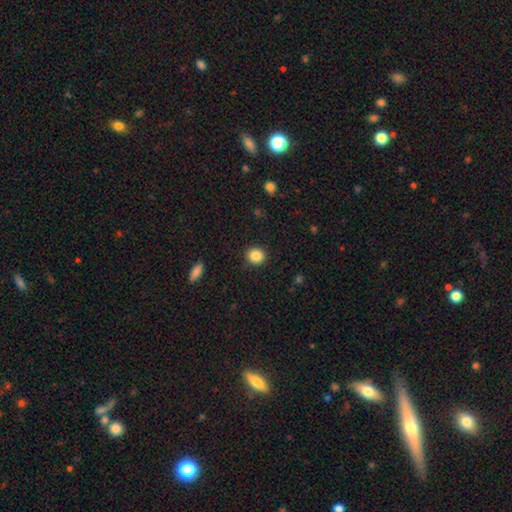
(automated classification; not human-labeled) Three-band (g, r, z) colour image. It shows a smooth galaxy with no disk features (86%) that is round (80%). Merging: none (90%).